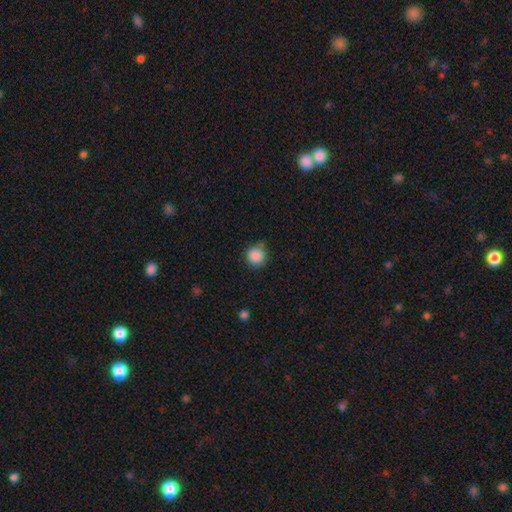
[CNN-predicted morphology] Smooth or featured? smooth (87%)
How rounded? round (93%)
Merging? none (77%)